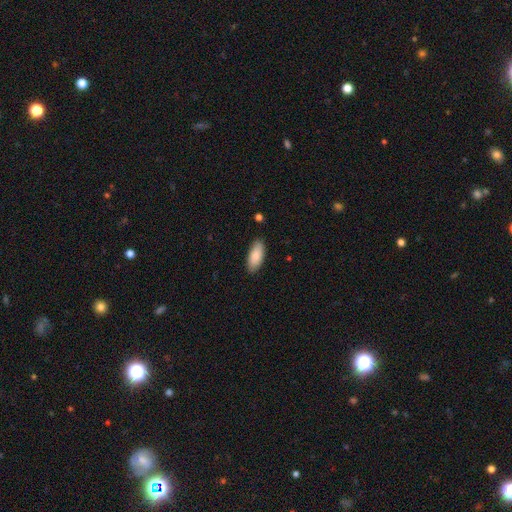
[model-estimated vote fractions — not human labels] Smooth or featured: smooth — 88% (featured or disk — 6%)
How rounded: in between — 86% (cigar-shaped — 12%)
Merging: none — 86% (minor disturbance — 11%)